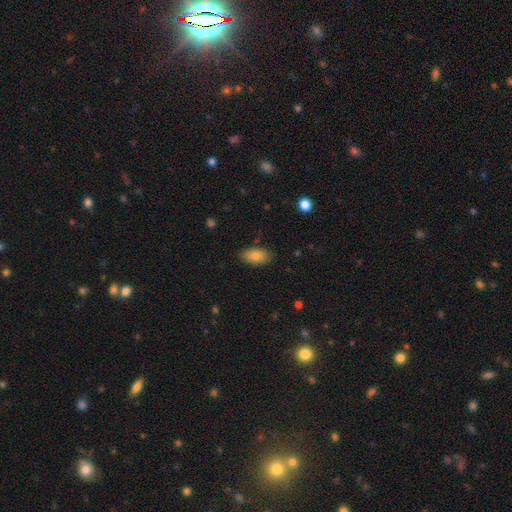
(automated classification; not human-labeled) Smooth or featured: smooth — 83% (featured or disk — 9%)
How rounded: in between — 93% (round — 4%)
Merging: none — 85% (minor disturbance — 11%)